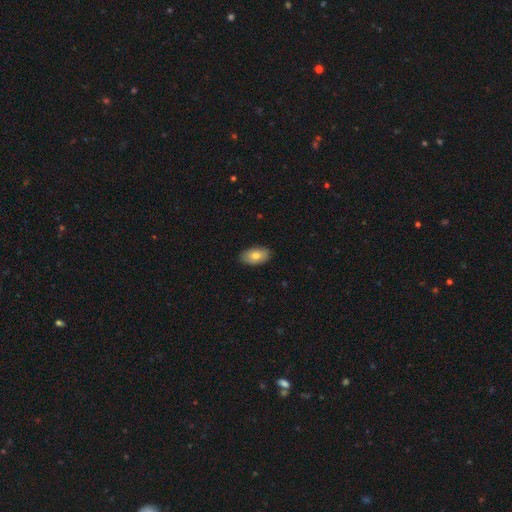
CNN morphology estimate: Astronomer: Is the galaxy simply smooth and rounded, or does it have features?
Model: smooth — 74%.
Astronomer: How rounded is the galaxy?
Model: in between — 93%.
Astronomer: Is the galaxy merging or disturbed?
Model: none — 86%.